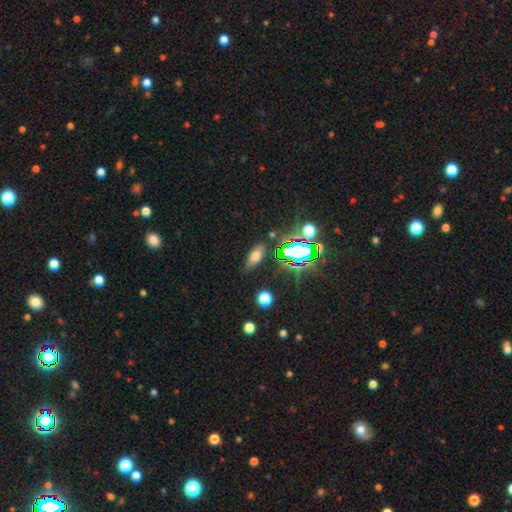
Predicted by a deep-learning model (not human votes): Smooth or featured?
  - smooth: 62% *
  - star or artifact: 25%
  - featured or disk: 13%
How rounded?
  - in between: 78% *
  - cigar-shaped: 15%
  - round: 7%
Merging?
  - none: 79% *
  - minor disturbance: 14%
  - major disturbance: 4%
  - merger: 3%